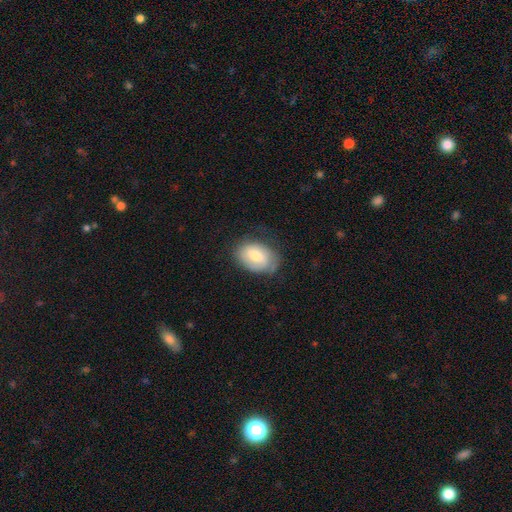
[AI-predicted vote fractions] The model was most divided on "smooth or featured": smooth: 61%, featured or disk: 32%, star or artifact: 7%. More confident: how rounded — in between (81%); merging — none (61%).